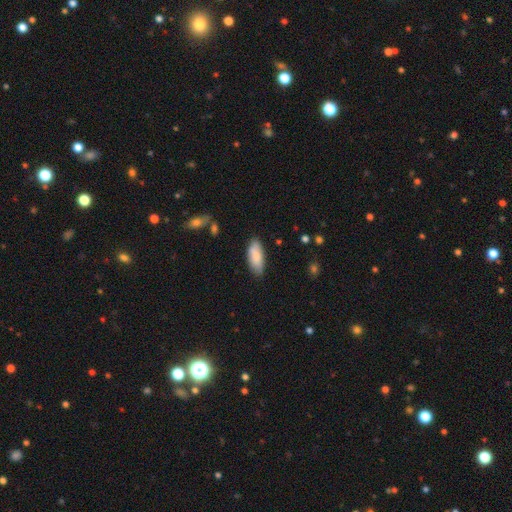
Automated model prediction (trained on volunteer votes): smooth-or-featured: smooth: 83% | featured or disk: 11% | star or artifact: 6%
  how-rounded: in between: 77% | cigar-shaped: 21% | round: 2%
  merging: none: 77% | minor disturbance: 18% | major disturbance: 3% | merger: 2%